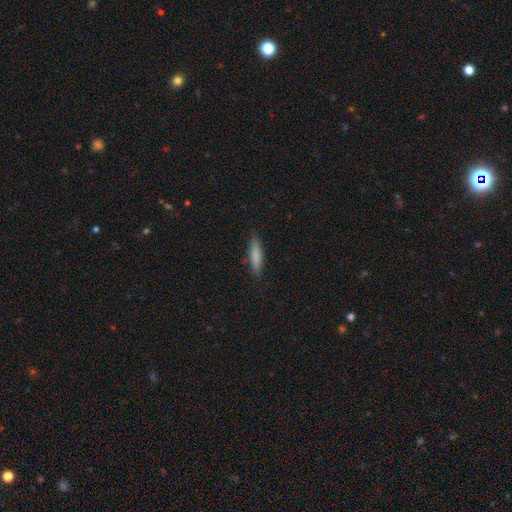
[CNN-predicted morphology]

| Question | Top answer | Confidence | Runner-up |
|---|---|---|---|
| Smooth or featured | smooth | 83% | featured or disk (11%) |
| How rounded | cigar-shaped | 74% | in between (24%) |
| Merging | none | 86% | minor disturbance (11%) |